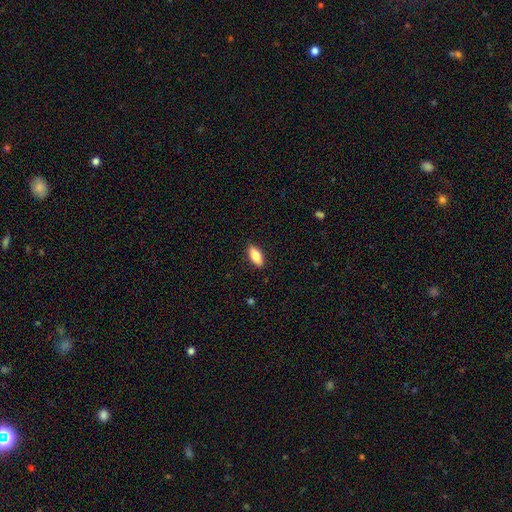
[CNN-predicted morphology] smooth-or-featured: smooth: 83% | featured or disk: 11% | star or artifact: 6%
  how-rounded: in between: 84% | cigar-shaped: 14% | round: 2%
  merging: none: 89% | minor disturbance: 8% | major disturbance: 2% | merger: 1%